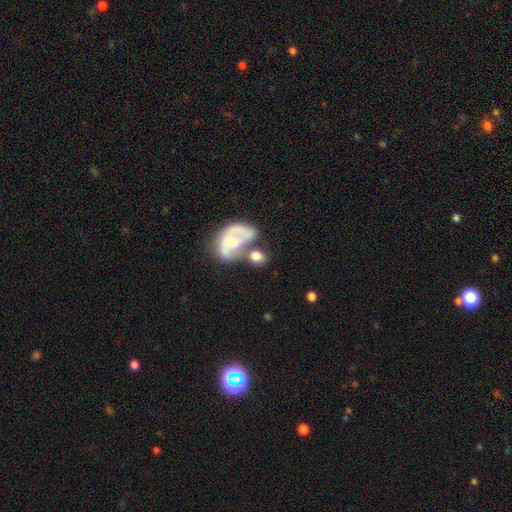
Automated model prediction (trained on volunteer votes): Smooth or featured?
  - smooth: 62% *
  - featured or disk: 30%
  - star or artifact: 8%
How rounded?
  - in between: 54% *
  - round: 45%
  - cigar-shaped: 2%
Merging?
  - merger: 41% *
  - none: 32%
  - minor disturbance: 15%
  - major disturbance: 12%